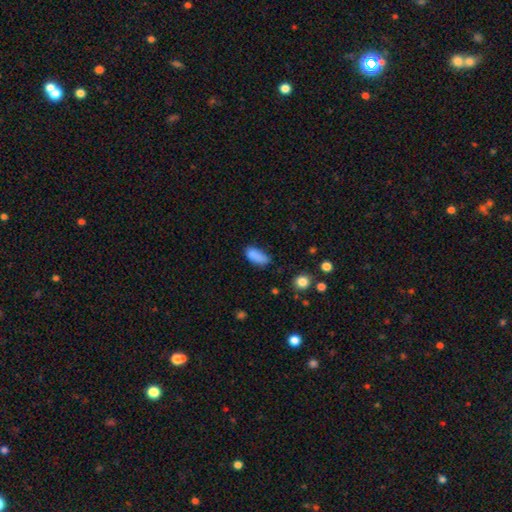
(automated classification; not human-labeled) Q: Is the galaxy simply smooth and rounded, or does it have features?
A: smooth — 85%.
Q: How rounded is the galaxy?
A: in between — 86%.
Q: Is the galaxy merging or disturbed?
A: none — 60%.